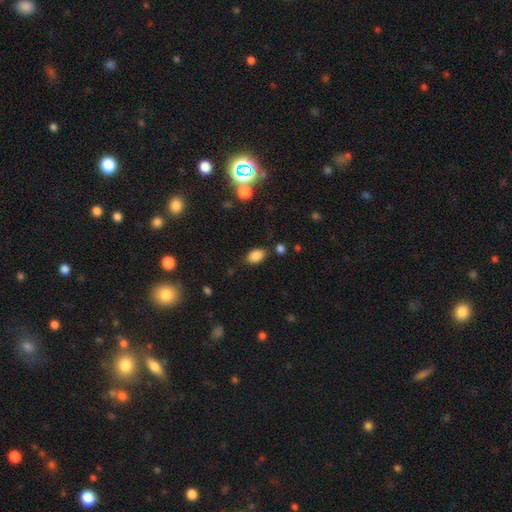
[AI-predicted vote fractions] Smooth or featured? Predicted: smooth (p=0.84). How rounded? Predicted: in between (p=0.87). Merging? Predicted: none (p=0.79).